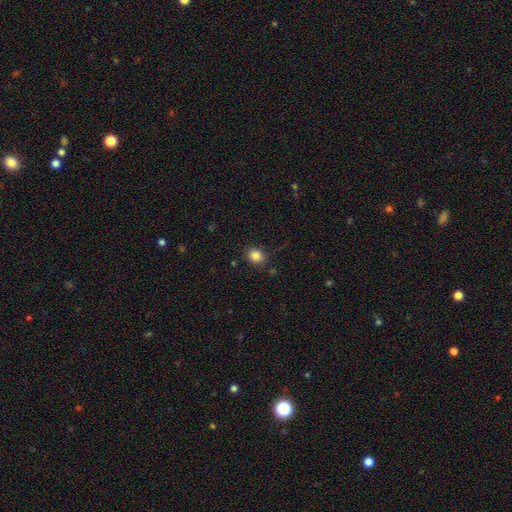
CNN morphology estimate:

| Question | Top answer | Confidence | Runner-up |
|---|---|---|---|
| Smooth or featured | smooth | 85% | star or artifact (10%) |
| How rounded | round | 56% | in between (44%) |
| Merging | none | 83% | minor disturbance (11%) |